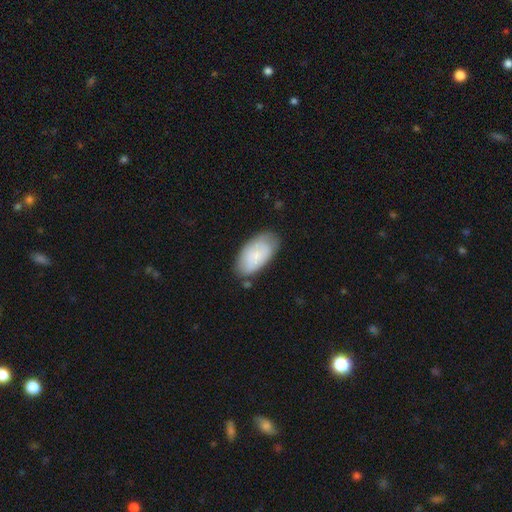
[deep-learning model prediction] smooth 72%, featured or disk 22%, star or artifact 6%. Down the decision tree: how rounded — in between (95%); merging — none (70%).